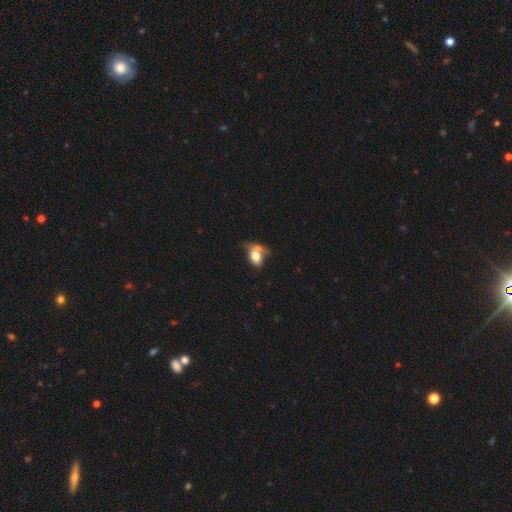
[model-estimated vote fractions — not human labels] Smooth or featured: smooth — 72% (featured or disk — 19%)
How rounded: in between — 77% (round — 21%)
Merging: merger — 33% (none — 25%)